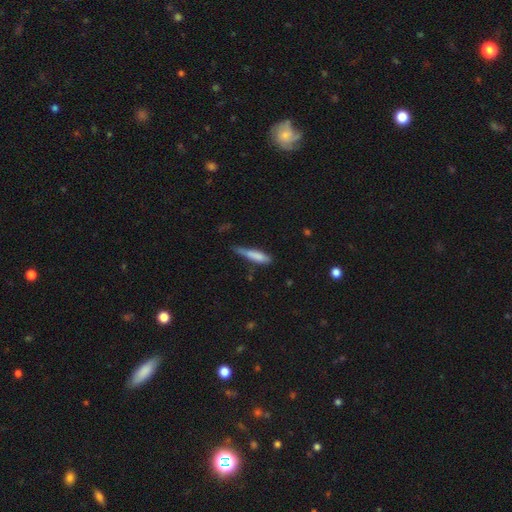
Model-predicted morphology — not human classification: Smooth or featured? smooth (77%)
How rounded? cigar-shaped (79%)
Merging? none (42%)